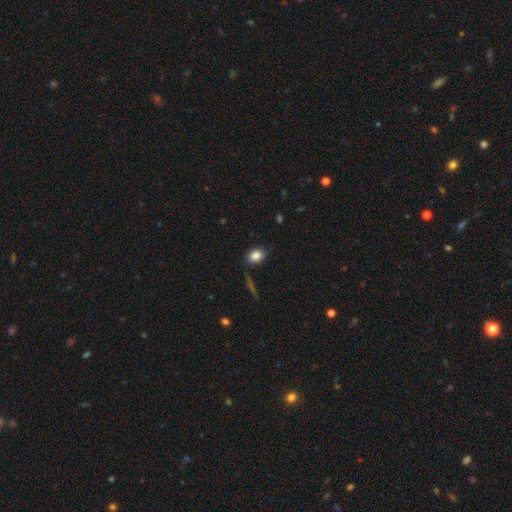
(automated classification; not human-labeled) smooth 84%, star or artifact 9%, featured or disk 7%. Down the decision tree: how rounded — in between (67%); merging — none (84%).